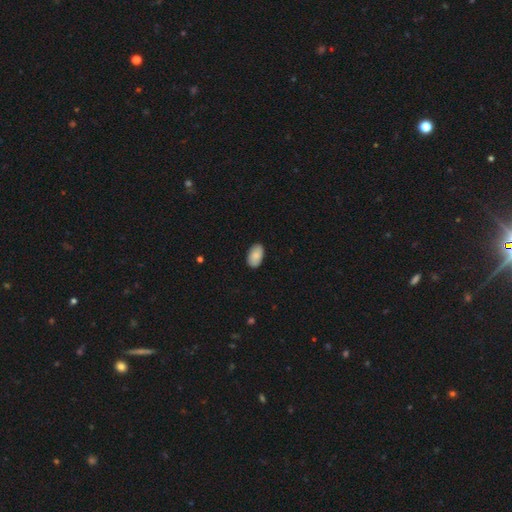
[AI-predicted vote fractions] This appears to be a smooth galaxy with no disk features (87%) that is in between round and cigar-shaped (95%). Merging: none (88%).